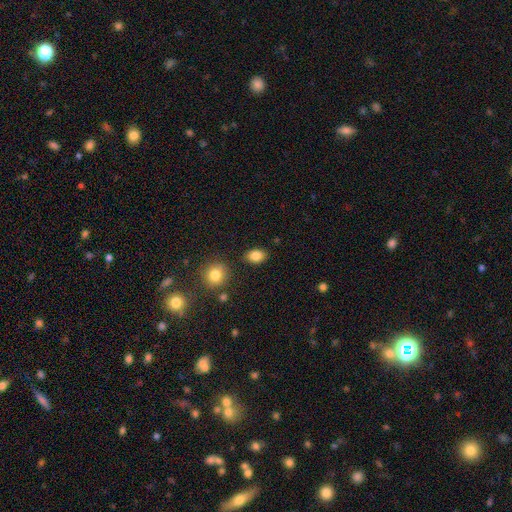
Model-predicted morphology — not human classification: A smooth galaxy with no disk features (85%) that is in between round and cigar-shaped (78%). Merging: none (85%).